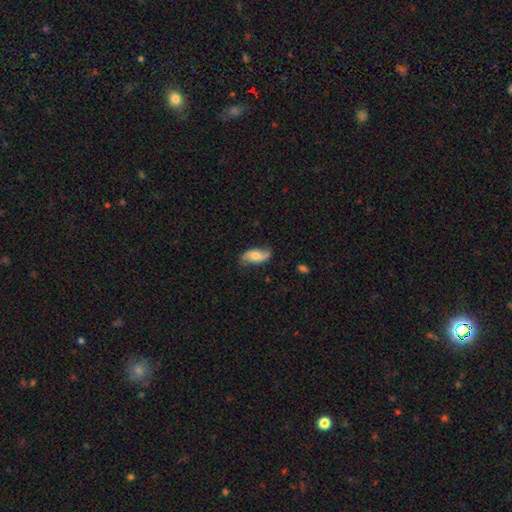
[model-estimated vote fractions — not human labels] Smooth or featured? featured or disk (60%)
Edge-on disk? no (92%)
Bar? no (60%)
Spiral arms? yes (91%)
Spiral winding? loose (77%)
Spiral arm count? 2 (91%)
Bulge size? moderate (53%)
Merging? none (74%)